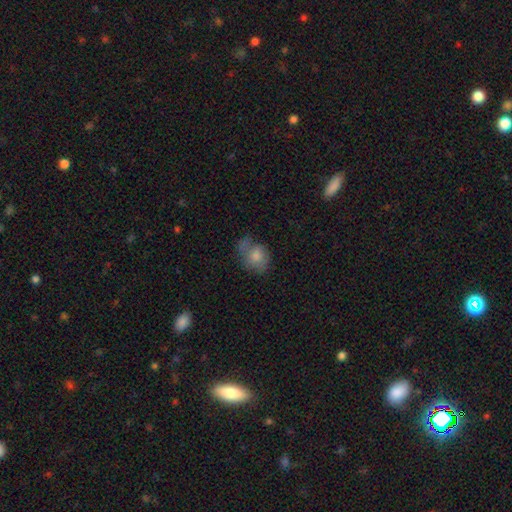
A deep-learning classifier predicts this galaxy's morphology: Smooth or featured: smooth — 57% (featured or disk — 32%)
How rounded: in between — 56% (round — 43%)
Merging: none — 48% (minor disturbance — 29%)